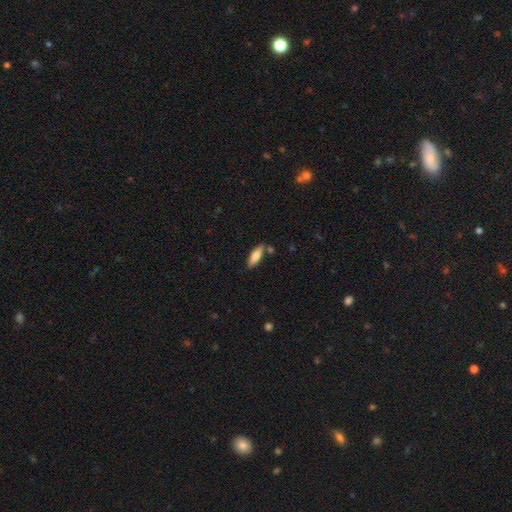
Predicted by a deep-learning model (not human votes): This appears to be a smooth galaxy with no disk features (76%) that is in between round and cigar-shaped (56%). Merging: none (77%).